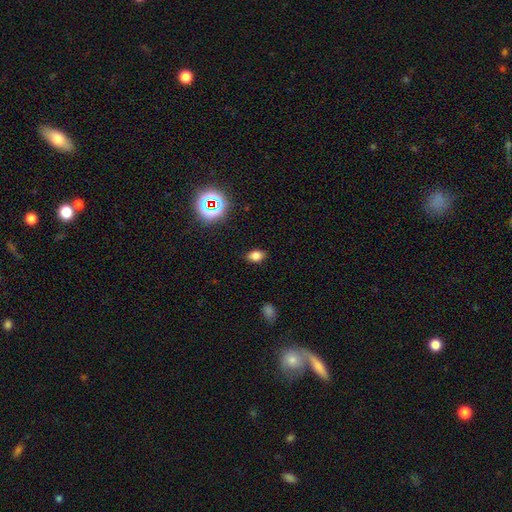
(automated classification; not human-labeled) A smooth galaxy with no disk features (77%) that is in between round and cigar-shaped (84%).

Vote fractions:
- Smooth or featured? smooth: 77% / star or artifact: 16% / featured or disk: 8%
- How rounded? in between: 84% / round: 14% / cigar-shaped: 2%
- Merging? none: 86% / minor disturbance: 10% / major disturbance: 3% / merger: 1%